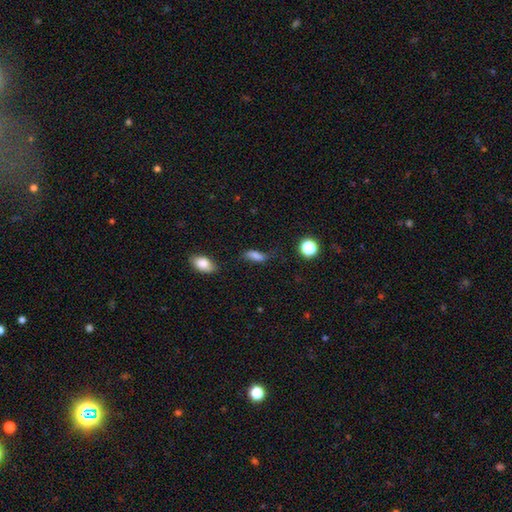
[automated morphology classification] smooth-or-featured: smooth: 73% | featured or disk: 15% | star or artifact: 12%
  how-rounded: in between: 71% | cigar-shaped: 23% | round: 6%
  merging: none: 55% | minor disturbance: 28% | major disturbance: 12% | merger: 5%